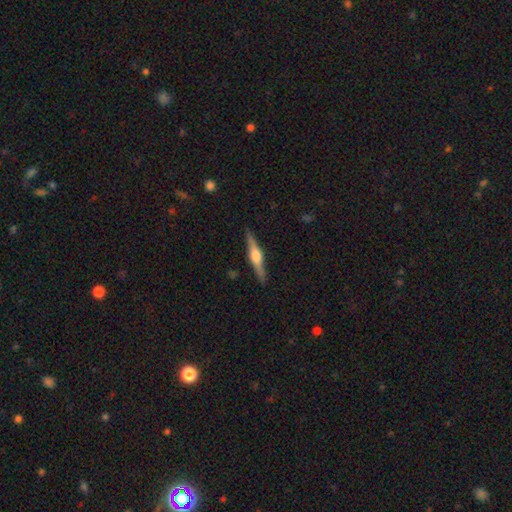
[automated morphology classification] type=featured or disk (72%); edge-on=yes (98%); edge-on bulge=rounded (88%); merging=none (89%).